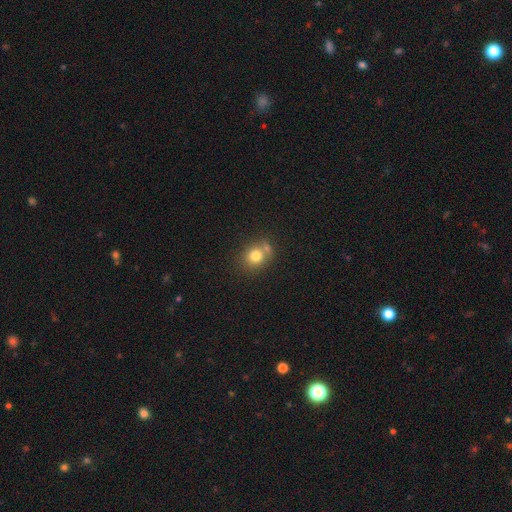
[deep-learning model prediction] smooth-or-featured: smooth: 78% | star or artifact: 11% | featured or disk: 11%
  how-rounded: round: 72% | in between: 27% | cigar-shaped: 1%
  merging: none: 54% | merger: 27% | minor disturbance: 14% | major disturbance: 4%